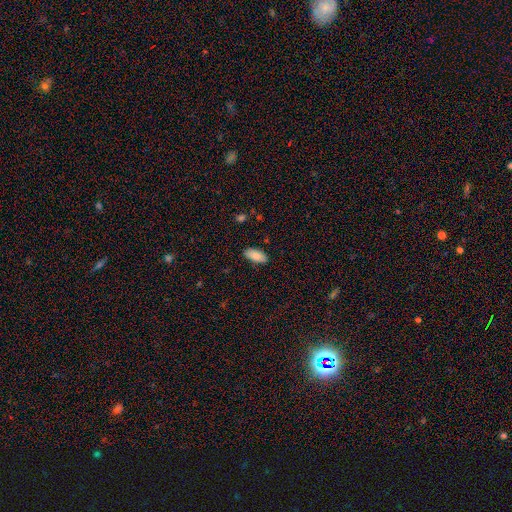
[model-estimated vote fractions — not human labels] Smooth or featured? smooth (88%)
How rounded? in between (91%)
Merging? none (86%)